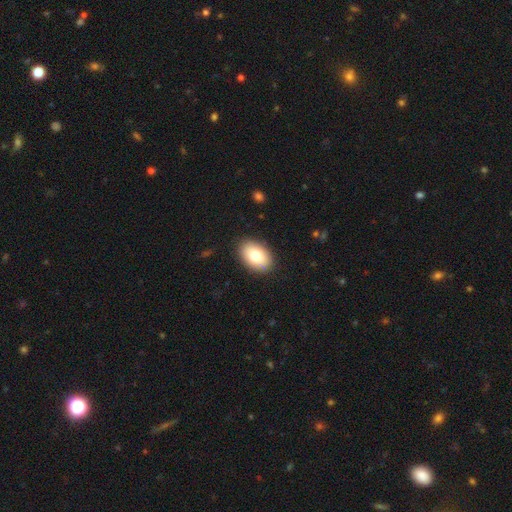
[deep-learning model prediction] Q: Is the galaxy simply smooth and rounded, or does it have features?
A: smooth — 81%.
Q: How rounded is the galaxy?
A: in between — 87%.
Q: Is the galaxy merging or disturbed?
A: none — 89%.